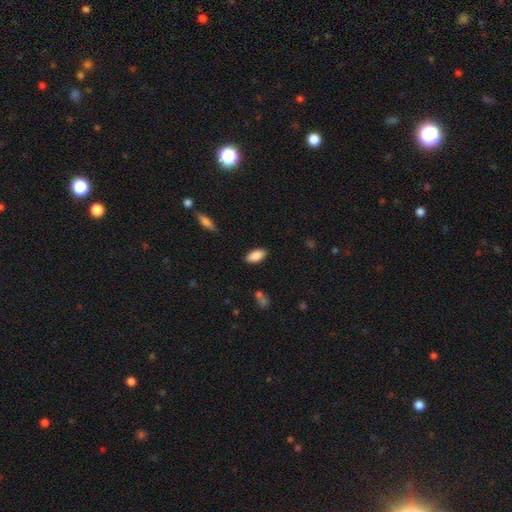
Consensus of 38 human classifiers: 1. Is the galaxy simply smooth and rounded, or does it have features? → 84% smooth, 11% star or artifact, 5% featured or disk.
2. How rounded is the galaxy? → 94% in between, 3% round, 3% cigar-shaped.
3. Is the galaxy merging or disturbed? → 88% none, 9% minor disturbance, 3% merger, 0% major disturbance.